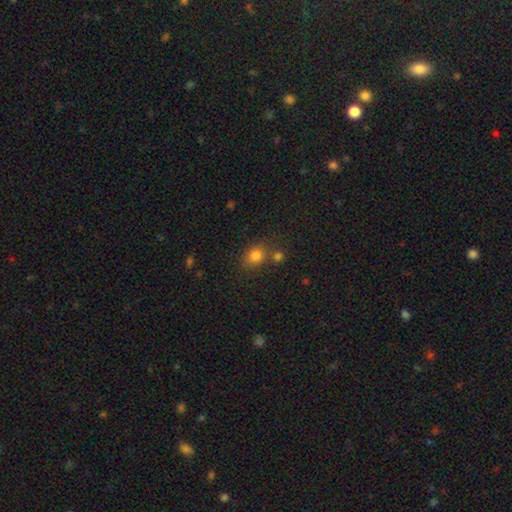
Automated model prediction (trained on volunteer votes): smooth-or-featured: smooth: 80% | star or artifact: 13% | featured or disk: 7%
  how-rounded: round: 69% | in between: 30% | cigar-shaped: 1%
  merging: none: 63% | merger: 21% | minor disturbance: 12% | major disturbance: 4%